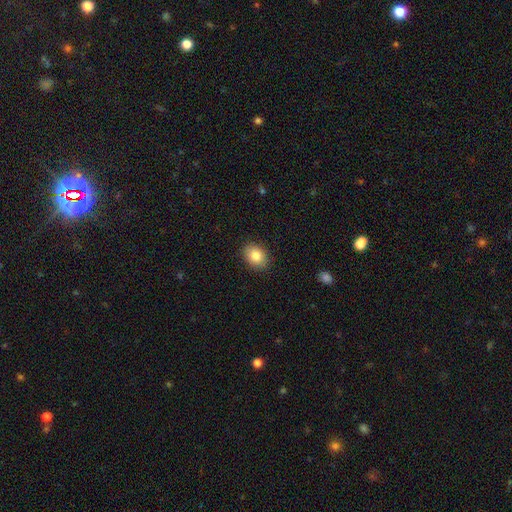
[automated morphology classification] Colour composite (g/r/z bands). It shows a smooth galaxy with no disk features (84%) that is in between round and cigar-shaped (58%). Merging: none (88%).